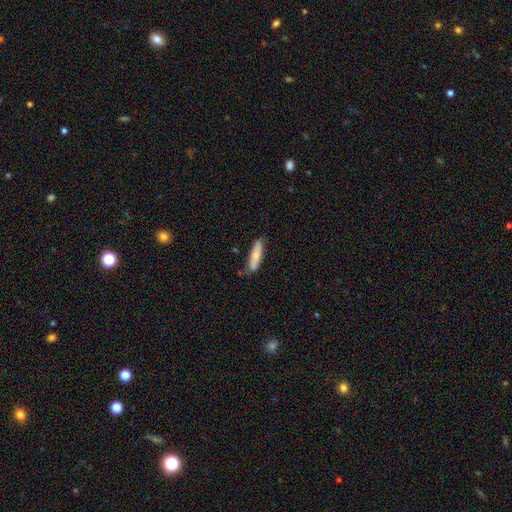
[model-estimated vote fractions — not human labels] This is likely a smooth galaxy (74%). How rounded: likely cigar-shaped (75%). Merging: likely none (74%).